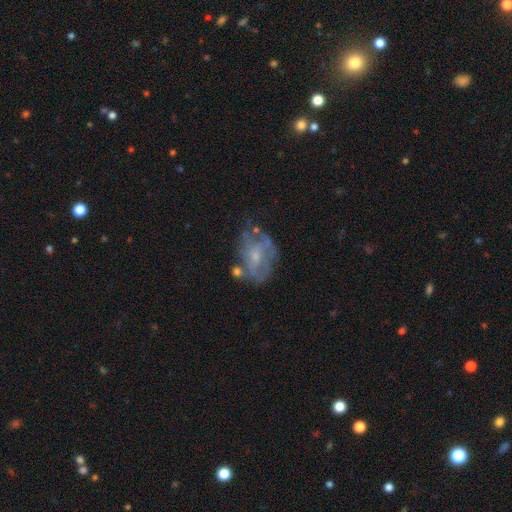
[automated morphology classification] Q: Smooth or featured?
A: featured or disk (64%); runner-up: smooth (27%)
Q: Edge-on disk?
A: no (96%); runner-up: yes (4%)
Q: Bar?
A: no (73%); runner-up: weak (23%)
Q: Spiral arms?
A: no (62%); runner-up: yes (38%)
Q: Bulge size?
A: small (59%); runner-up: moderate (31%)
Q: Merging?
A: none (44%); runner-up: minor disturbance (25%)